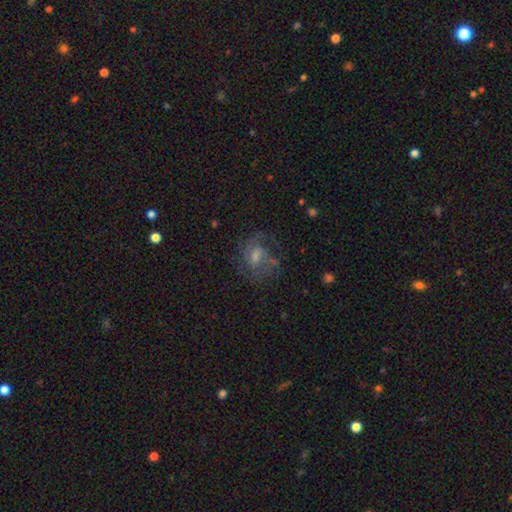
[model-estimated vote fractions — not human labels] A featured or disk galaxy (60%) with no bar (46%), spiral arms (80%) and a moderate central bulge (44%).

Vote fractions:
- Smooth or featured? featured or disk: 60% / smooth: 25% / star or artifact: 15%
- Edge-on disk? no: 97% / yes: 3%
- Bar? no: 46% / weak: 45% / strong: 9%
- Spiral arms? yes: 80% / no: 20%
- Bulge size? moderate: 44% / small: 33% / none: 13% / large: 8% / dominant: 2%
- Merging? none: 59% / major disturbance: 20% / minor disturbance: 19% / merger: 2%